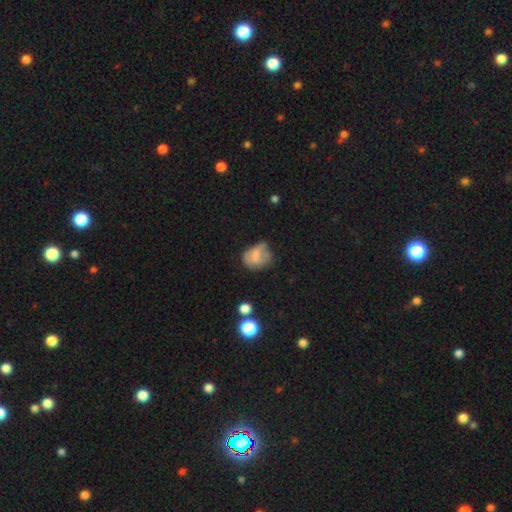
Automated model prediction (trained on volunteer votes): The model was most divided on "merging": minor disturbance: 38%, none: 36%, major disturbance: 22%, merger: 5%. More confident: smooth or featured — smooth (63%); how rounded — in between (51%).